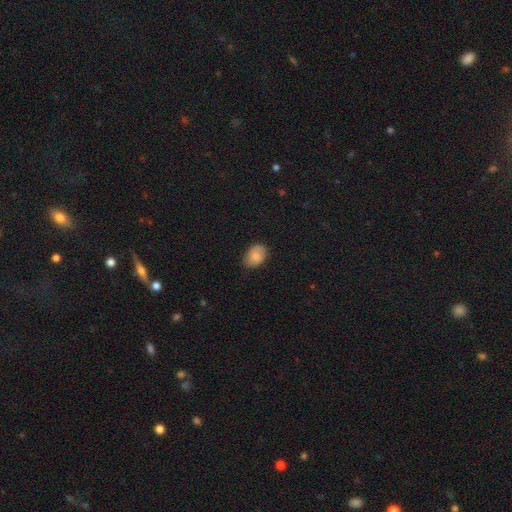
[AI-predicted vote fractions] Overall: smooth (83%). How rounded: in between (79%). Merging: none (74%).